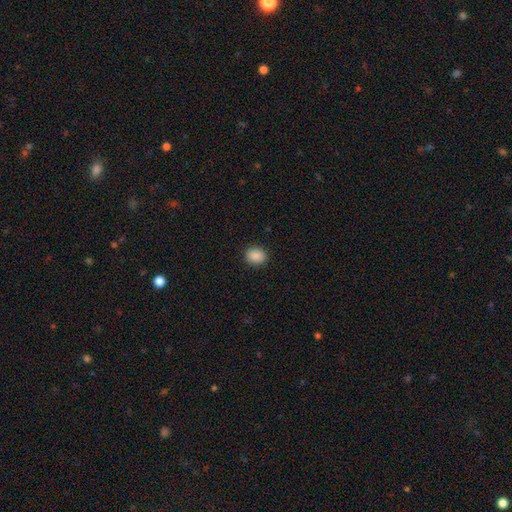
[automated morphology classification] A smooth galaxy with no disk features (89%) that is round (59%). Merging: none (90%).